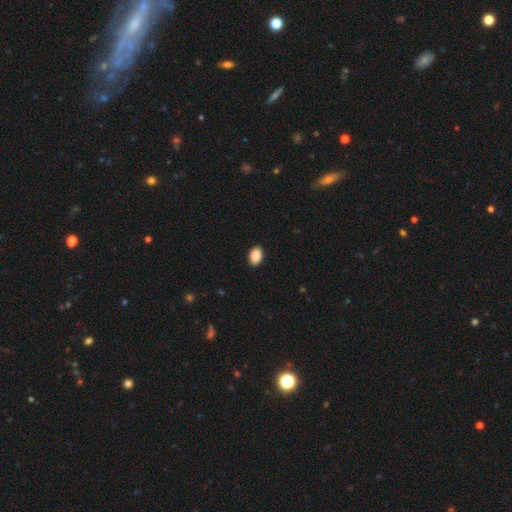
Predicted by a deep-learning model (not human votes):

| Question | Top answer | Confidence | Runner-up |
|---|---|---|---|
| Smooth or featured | smooth | 90% | star or artifact (7%) |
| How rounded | in between | 87% | round (12%) |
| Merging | none | 90% | minor disturbance (8%) |